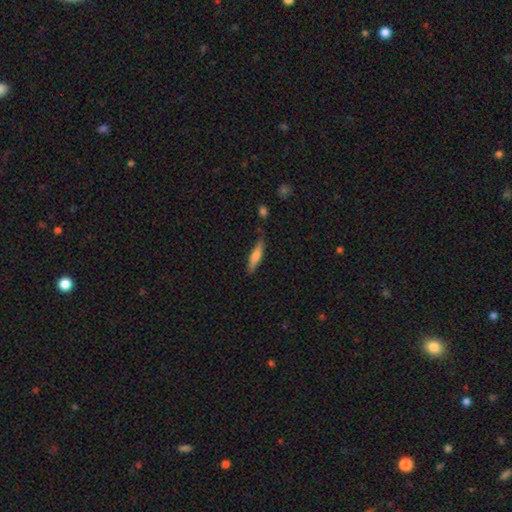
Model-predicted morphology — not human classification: Smooth or featured? Predicted: smooth (p=0.70). How rounded? Predicted: cigar-shaped (p=0.80). Merging? Predicted: none (p=0.79).